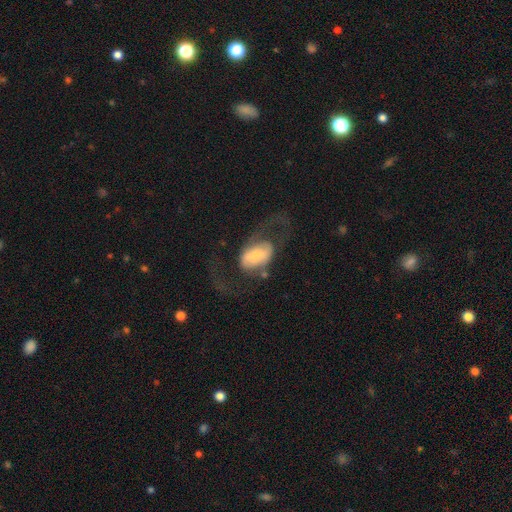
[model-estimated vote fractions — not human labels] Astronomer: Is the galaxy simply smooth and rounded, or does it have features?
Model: featured or disk — 55% (runner-up: smooth, 39%).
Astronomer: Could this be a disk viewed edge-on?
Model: no — 93%.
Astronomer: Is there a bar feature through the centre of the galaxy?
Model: no — 45% (runner-up: weak, 32%).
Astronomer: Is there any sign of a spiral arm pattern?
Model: yes — 63%.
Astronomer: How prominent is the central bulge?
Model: moderate — 40% (runner-up: small, 35%).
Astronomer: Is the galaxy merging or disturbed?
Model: major disturbance — 41% (runner-up: none, 38%).